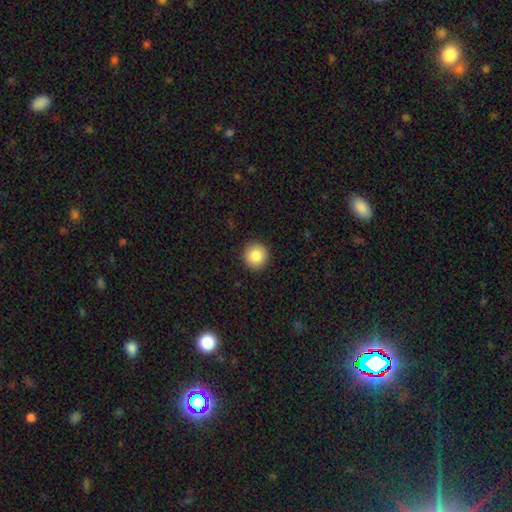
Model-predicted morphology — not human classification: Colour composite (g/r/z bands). It shows a smooth galaxy with no disk features (85%) that is round (94%). Merging: none (92%).